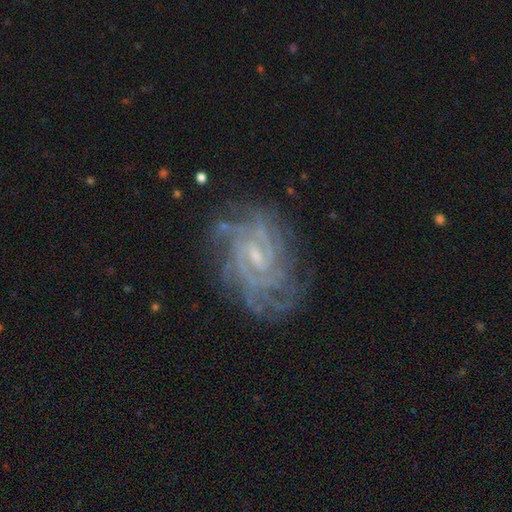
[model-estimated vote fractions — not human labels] A featured or disk galaxy (86%) with a weak bar (55%), tight (65%) spiral arms (96%) and a small central bulge (66%). Merging: none (76%).